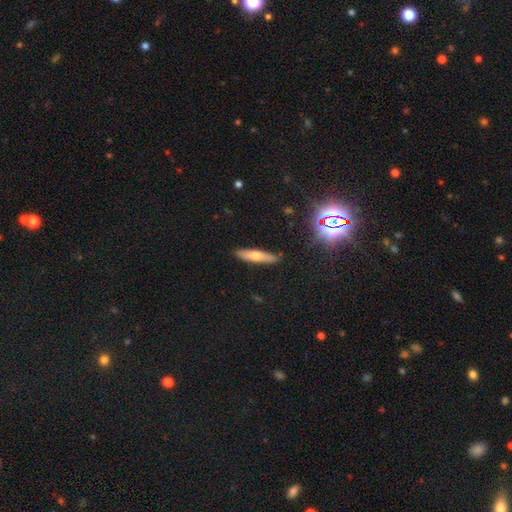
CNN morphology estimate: Smooth or featured? Predicted: smooth (p=0.62). How rounded? Predicted: cigar-shaped (p=0.83). Merging? Predicted: none (p=0.87).